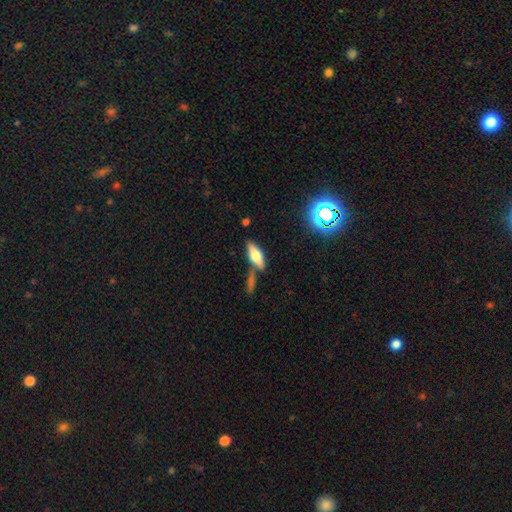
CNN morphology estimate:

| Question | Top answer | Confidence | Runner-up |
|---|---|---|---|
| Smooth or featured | smooth | 51% | featured or disk (39%) |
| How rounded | in between | 61% | cigar-shaped (36%) |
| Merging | none | 66% | merger (15%) |